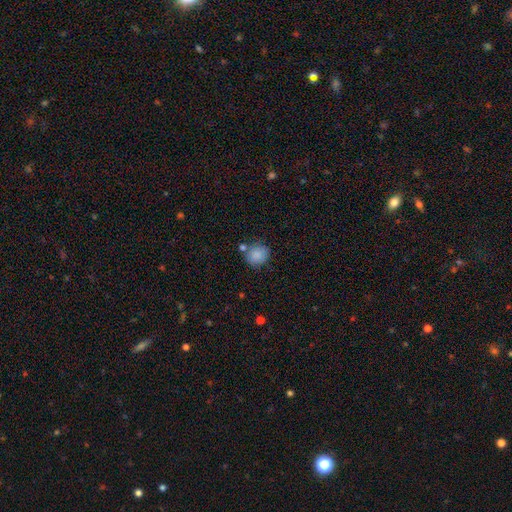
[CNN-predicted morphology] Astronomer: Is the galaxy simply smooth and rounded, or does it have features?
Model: smooth — 86%.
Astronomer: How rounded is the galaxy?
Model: round — 80%.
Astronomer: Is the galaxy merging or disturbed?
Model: none — 66%.